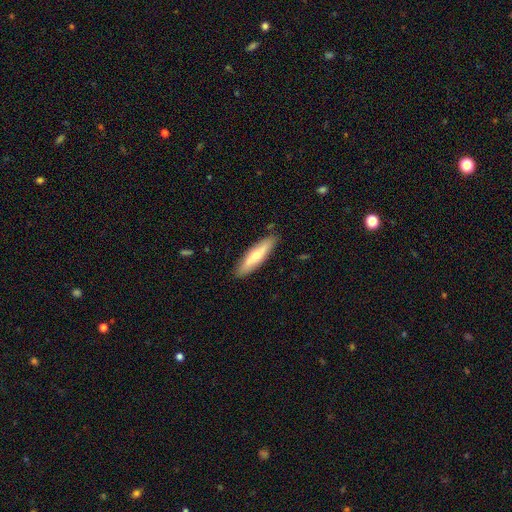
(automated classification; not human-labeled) smooth 59%, featured or disk 36%, star or artifact 5%. Down the decision tree: how rounded — cigar-shaped (74%); merging — none (87%).